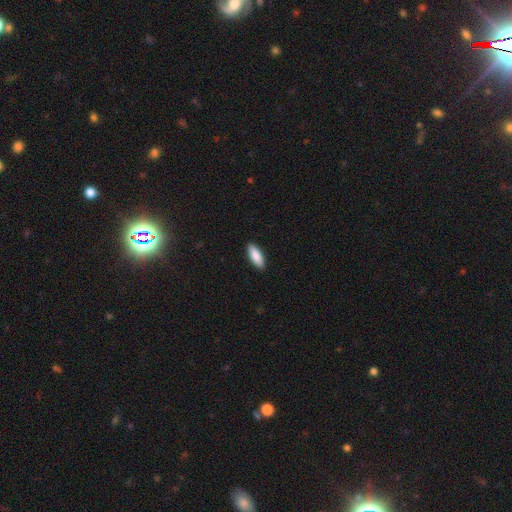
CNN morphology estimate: Smooth or featured: smooth — 87% (featured or disk — 7%)
How rounded: in between — 70% (cigar-shaped — 28%)
Merging: none — 91% (minor disturbance — 7%)